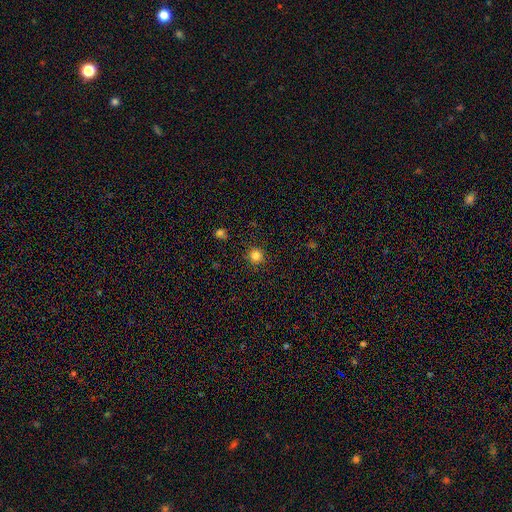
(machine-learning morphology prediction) Q: Smooth or featured?
A: smooth (82%); runner-up: star or artifact (13%)
Q: How rounded?
A: round (95%); runner-up: in between (4%)
Q: Merging?
A: none (91%); runner-up: minor disturbance (6%)